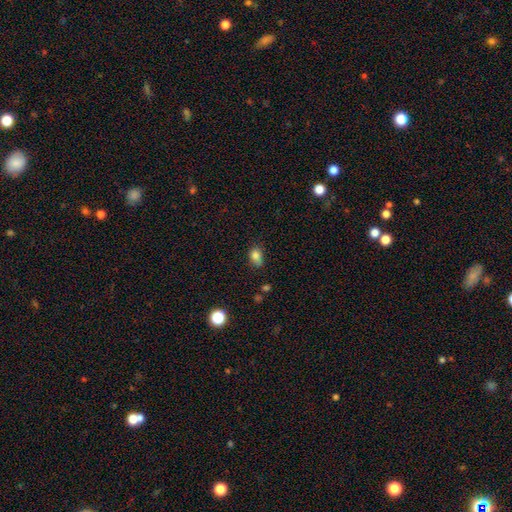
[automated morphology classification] Overall: smooth (81%). How rounded: in between (66%; round 33%). Merging: none (53%; minor disturbance 34%).